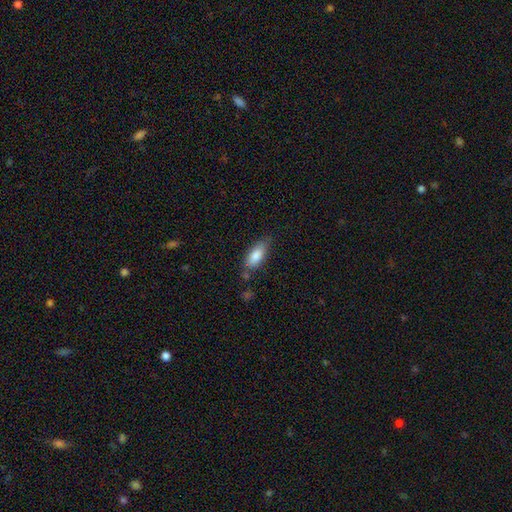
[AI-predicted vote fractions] Smooth or featured: smooth — 83% (featured or disk — 10%)
How rounded: in between — 82% (cigar-shaped — 15%)
Merging: none — 69% (minor disturbance — 21%)